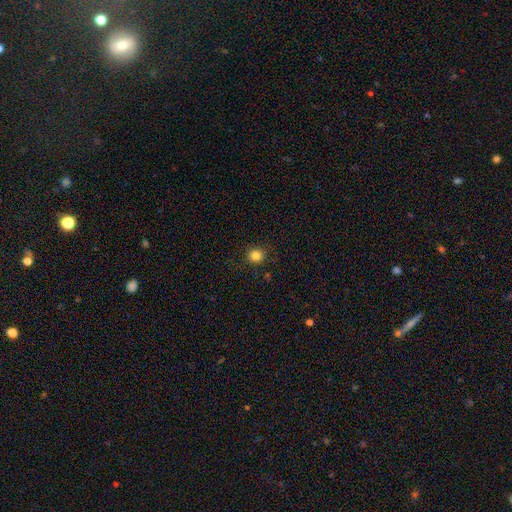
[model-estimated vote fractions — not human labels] Smooth or featured? Predicted: smooth (p=0.83). How rounded? Predicted: round (p=0.88). Merging? Predicted: none (p=0.88).